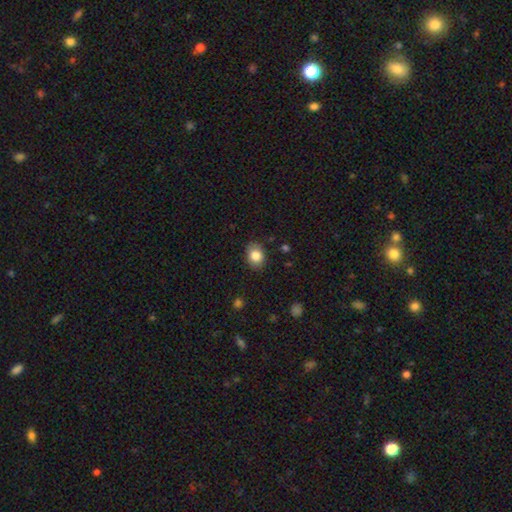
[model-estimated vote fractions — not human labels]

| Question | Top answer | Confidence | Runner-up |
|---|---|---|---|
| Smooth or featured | smooth | 83% | star or artifact (9%) |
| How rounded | in between | 63% | round (36%) |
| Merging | none | 84% | minor disturbance (12%) |